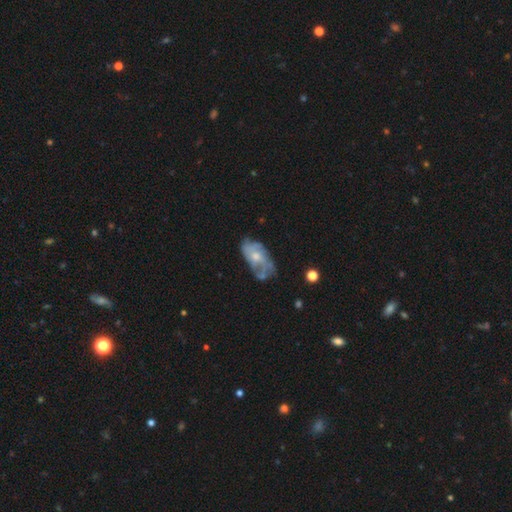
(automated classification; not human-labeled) This appears to be a featured or disk galaxy (67%) with no bar (78%), spiral arms (64%) and a moderate central bulge (52%). Merging: none (46%).